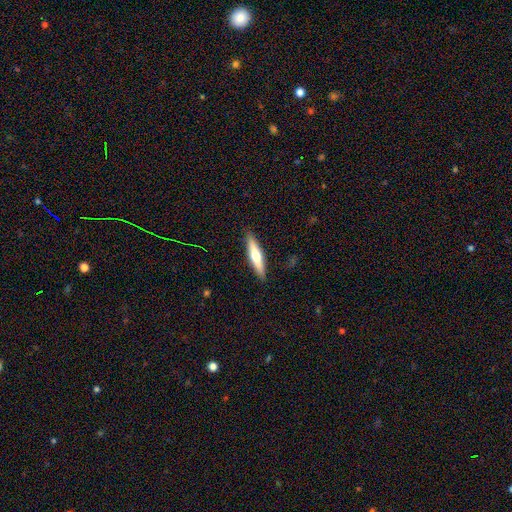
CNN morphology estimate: This is possibly a featured or disk galaxy (48%). Merging: clearly none (90%).